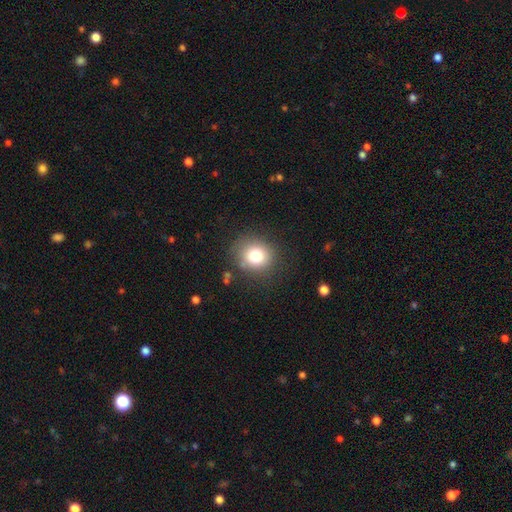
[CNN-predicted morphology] Smooth or featured? smooth (77%)
How rounded? round (81%)
Merging? none (84%)